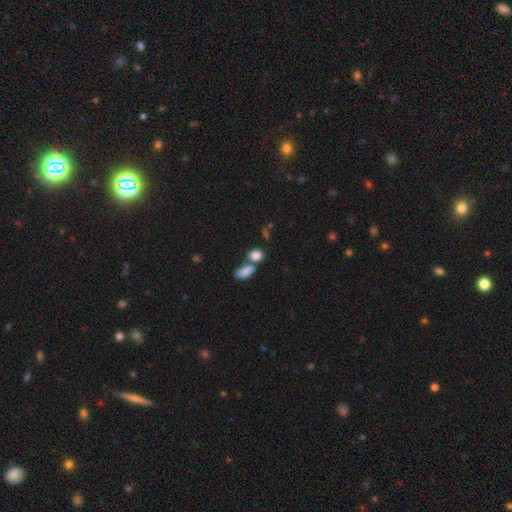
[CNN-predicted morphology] A smooth galaxy with no disk features (84%) that is in between round and cigar-shaped (56%).

Vote fractions:
- Smooth or featured? smooth: 84% / star or artifact: 9% / featured or disk: 7%
- How rounded? in between: 56% / round: 40% / cigar-shaped: 3%
- Merging? none: 45% / merger: 41% / minor disturbance: 10% / major disturbance: 4%